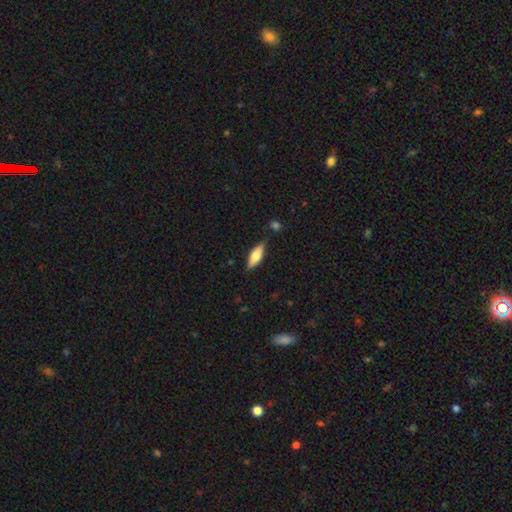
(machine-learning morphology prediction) A smooth galaxy with no disk features (65%) that is in between round and cigar-shaped (62%).

Vote fractions:
- Smooth or featured? smooth: 65% / featured or disk: 29% / star or artifact: 6%
- How rounded? in between: 62% / cigar-shaped: 36% / round: 2%
- Merging? none: 81% / minor disturbance: 13% / major disturbance: 3% / merger: 3%